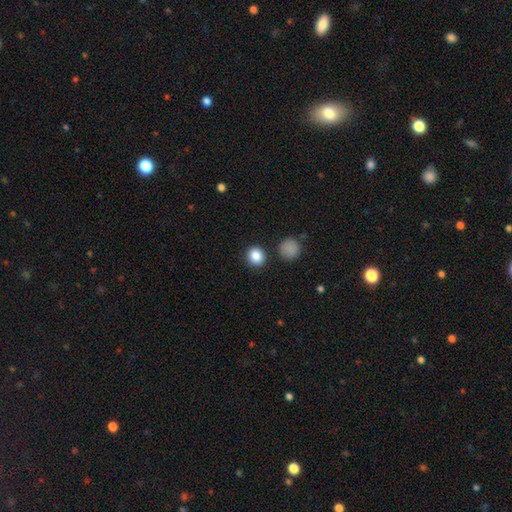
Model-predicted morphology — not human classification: This appears to be a smooth galaxy with no disk features (86%) that is round (84%). Merging: none (87%).